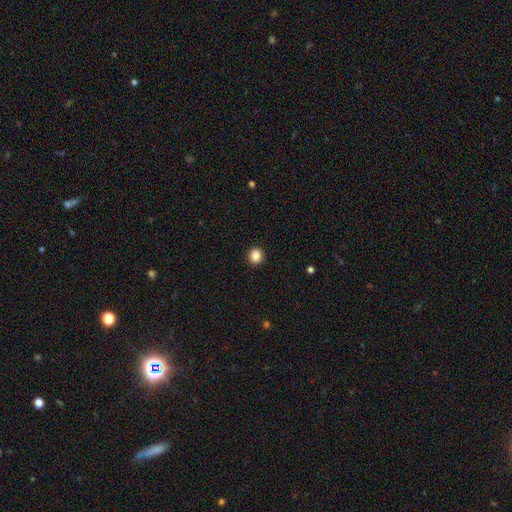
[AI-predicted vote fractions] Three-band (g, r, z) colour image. It shows a smooth galaxy with no disk features (87%) that is round (82%). Merging: none (92%).